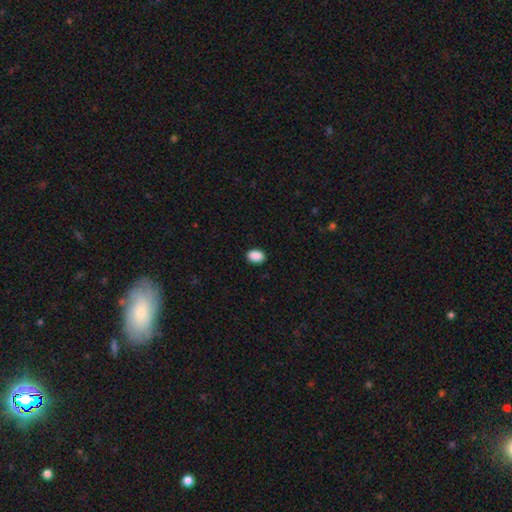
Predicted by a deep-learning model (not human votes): Smooth or featured? smooth (90%)
How rounded? in between (85%)
Merging? none (90%)